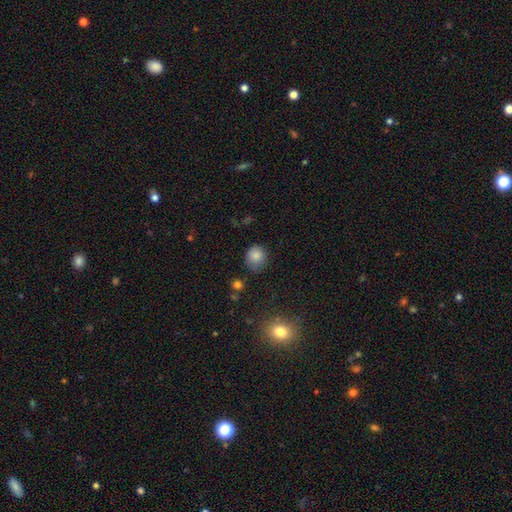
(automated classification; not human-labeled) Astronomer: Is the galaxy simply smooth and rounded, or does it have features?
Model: smooth — 84%.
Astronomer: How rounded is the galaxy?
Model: round — 81%.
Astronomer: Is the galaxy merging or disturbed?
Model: none — 75%.